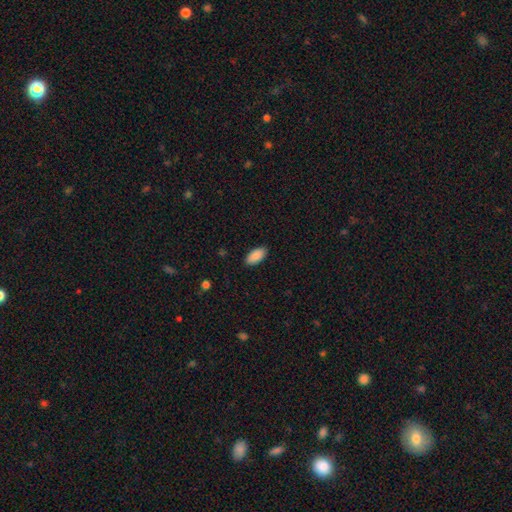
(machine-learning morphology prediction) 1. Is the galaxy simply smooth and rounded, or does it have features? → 91% smooth, 6% star or artifact, 3% featured or disk.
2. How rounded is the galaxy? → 93% in between, 5% cigar-shaped, 2% round.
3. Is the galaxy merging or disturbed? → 88% none, 9% minor disturbance, 2% major disturbance, 1% merger.